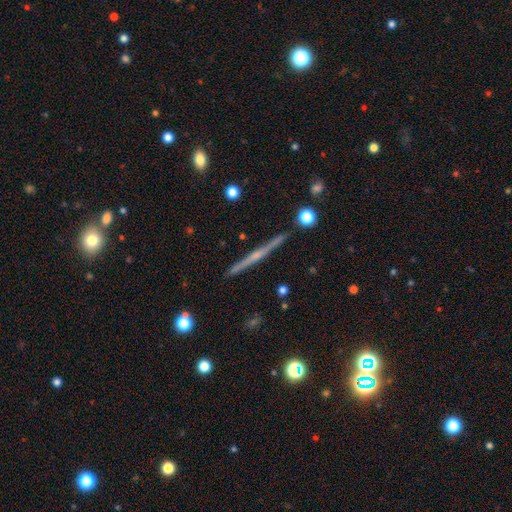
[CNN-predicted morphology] A featured or disk galaxy (76%) viewed edge-on (98%) with a rounded central bulge (56%). Merging: none (91%).